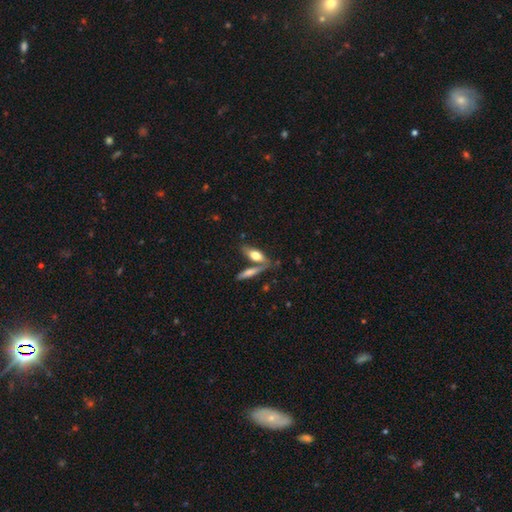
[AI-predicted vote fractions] This is likely a smooth galaxy (64%). How rounded: likely in between (63%). Merging: possibly none (57%).